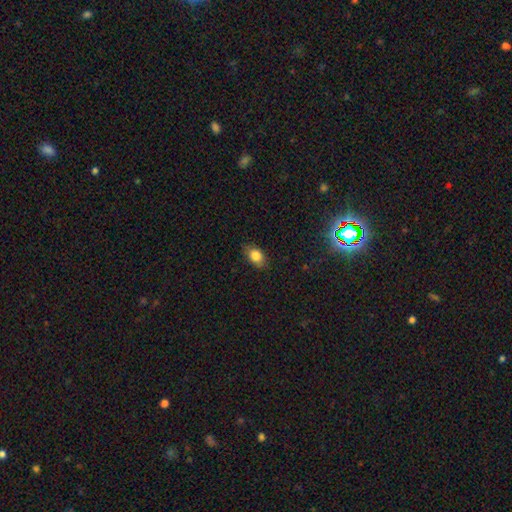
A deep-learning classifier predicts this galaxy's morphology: smooth 82%, featured or disk 10%, star or artifact 9%. Down the decision tree: how rounded — in between (82%); merging — none (82%).